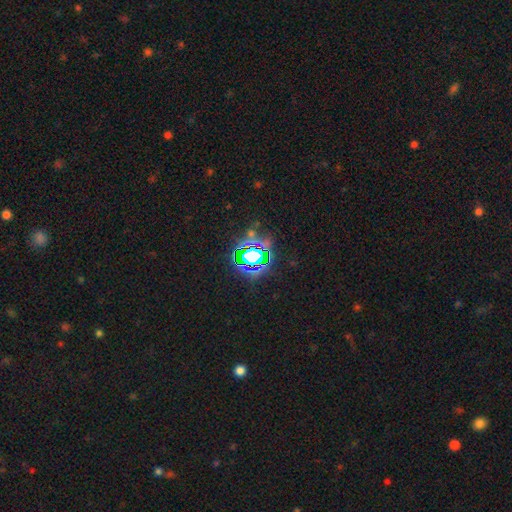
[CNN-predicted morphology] Overall: star or artifact (74%).